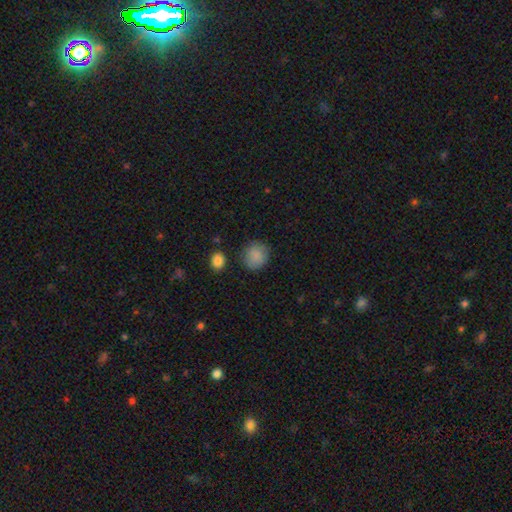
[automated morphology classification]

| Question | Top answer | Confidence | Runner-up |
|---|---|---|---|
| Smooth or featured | smooth | 87% | star or artifact (9%) |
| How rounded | round | 87% | in between (12%) |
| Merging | none | 83% | minor disturbance (11%) |